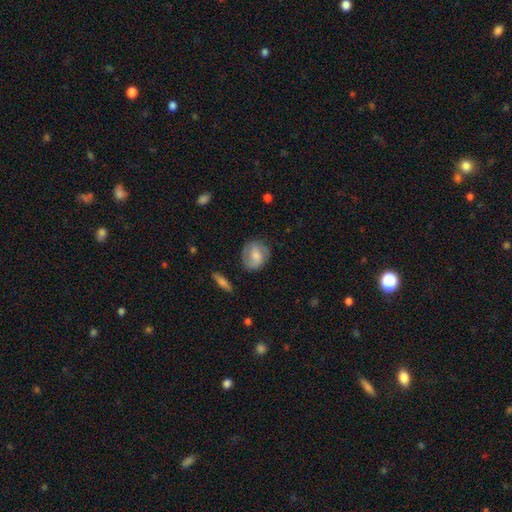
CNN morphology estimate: Smooth or featured: smooth — 58% (featured or disk — 35%)
How rounded: round — 69% (in between — 30%)
Merging: none — 75% (minor disturbance — 18%)